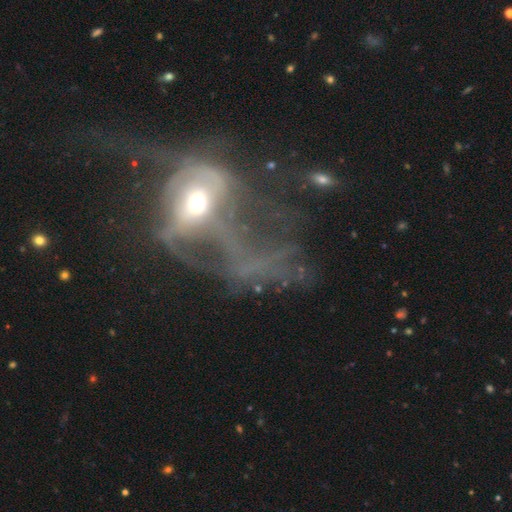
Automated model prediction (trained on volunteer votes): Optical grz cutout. It shows a featured or disk galaxy (62%) with no bar (72%), no spiral arms (68%) and a moderate central bulge (63%). Merging: major disturbance (69%).